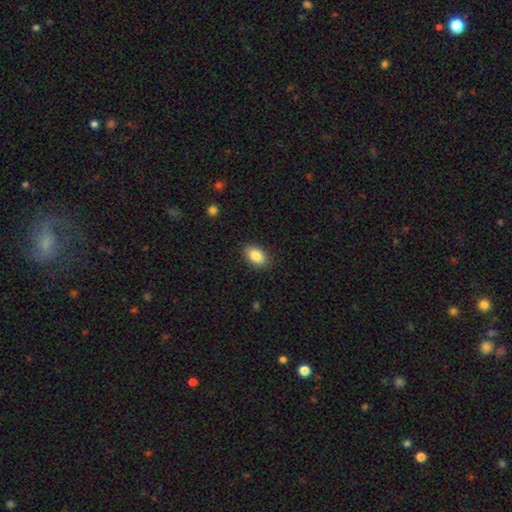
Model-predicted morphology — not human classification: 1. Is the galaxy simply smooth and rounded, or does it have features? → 86% smooth, 8% star or artifact, 7% featured or disk.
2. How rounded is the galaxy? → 88% in between, 10% round, 2% cigar-shaped.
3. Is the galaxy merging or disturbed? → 88% none, 9% minor disturbance, 2% major disturbance, 1% merger.